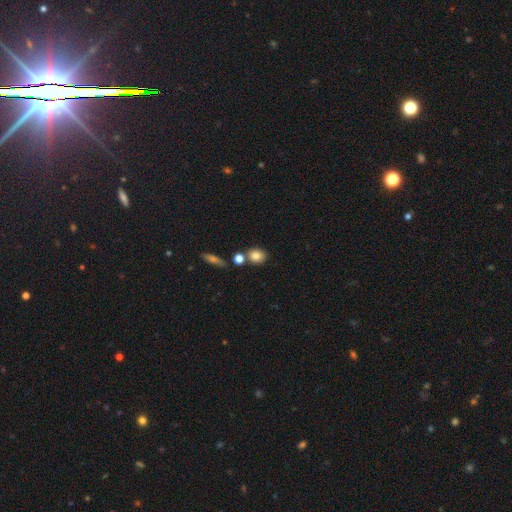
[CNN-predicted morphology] A smooth galaxy with no disk features (80%) that is round (67%). Merging: none (69%).